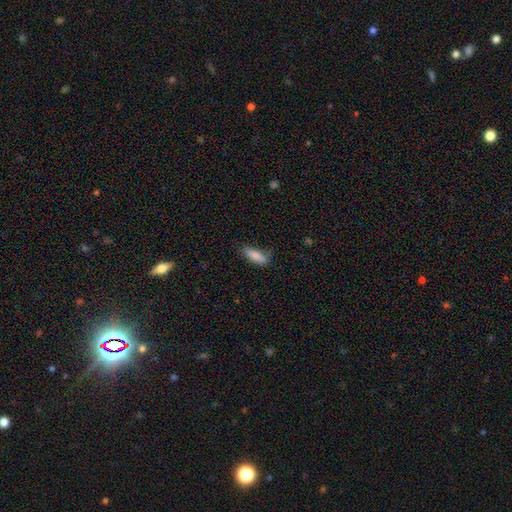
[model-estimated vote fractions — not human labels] A smooth galaxy with no disk features (84%) that is in between round and cigar-shaped (50%).

Vote fractions:
- Smooth or featured? smooth: 84% / featured or disk: 9% / star or artifact: 7%
- How rounded? in between: 50% / cigar-shaped: 48% / round: 2%
- Merging? none: 68% / minor disturbance: 24% / major disturbance: 6% / merger: 2%